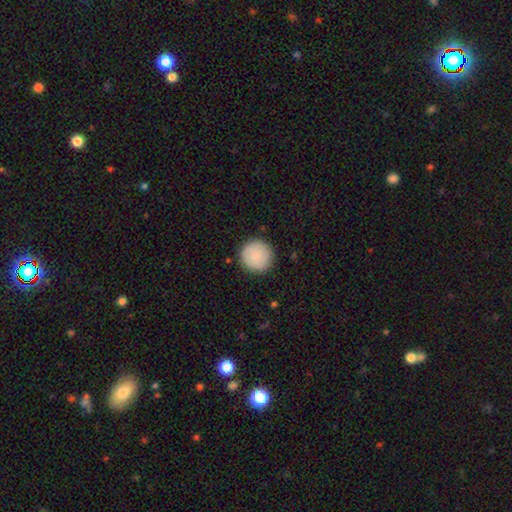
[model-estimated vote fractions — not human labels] smooth 85%, featured or disk 9%, star or artifact 6%. Down the decision tree: how rounded — round (96%); merging — none (90%).